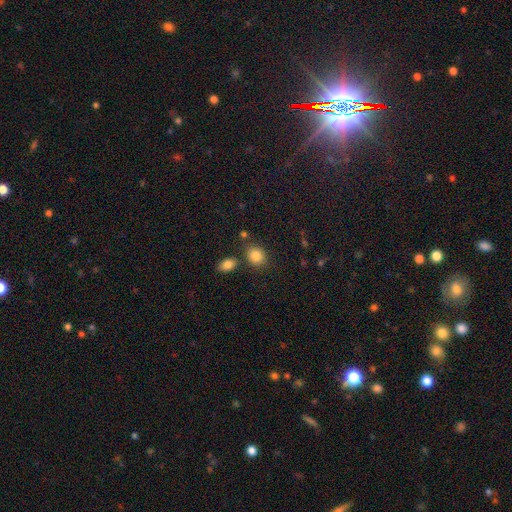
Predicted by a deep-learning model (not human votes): This is clearly a smooth galaxy (85%). How rounded: likely round (63%). Merging: likely none (76%).